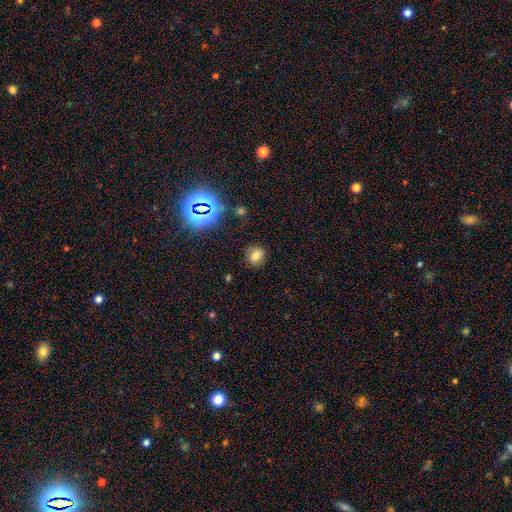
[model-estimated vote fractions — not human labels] This is likely a smooth galaxy (73%). How rounded: likely round (68%). Merging: clearly none (86%).